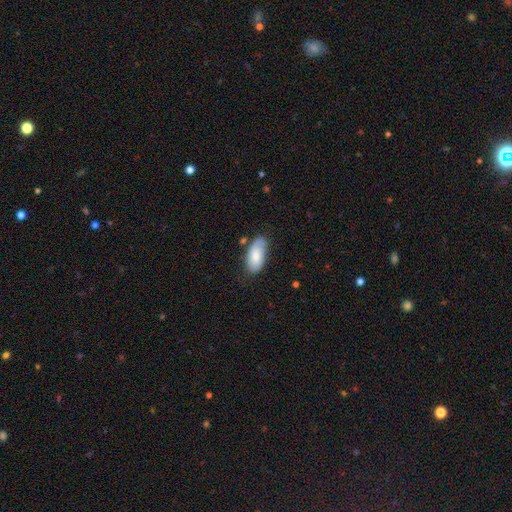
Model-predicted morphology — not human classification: smooth 72%, featured or disk 22%, star or artifact 6%. Down the decision tree: how rounded — in between (93%); merging — none (62%).